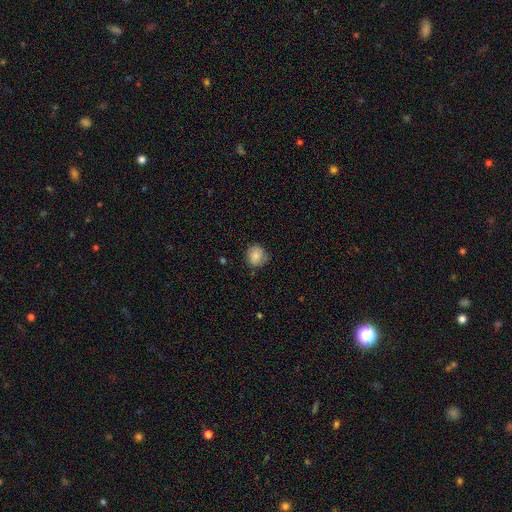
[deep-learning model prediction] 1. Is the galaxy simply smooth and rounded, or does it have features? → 83% smooth, 9% star or artifact, 8% featured or disk.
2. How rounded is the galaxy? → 81% round, 18% in between, 1% cigar-shaped.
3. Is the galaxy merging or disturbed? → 73% none, 22% minor disturbance, 4% major disturbance, 1% merger.